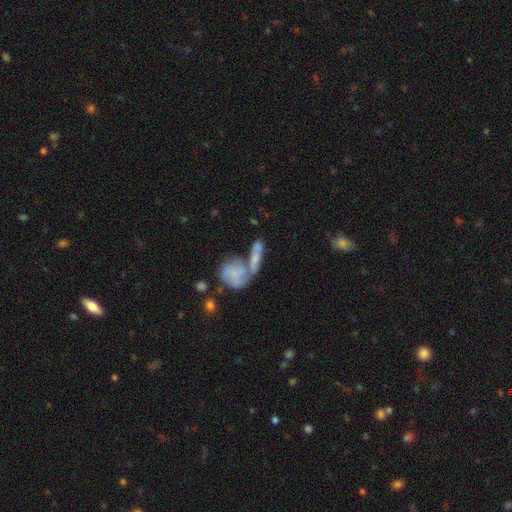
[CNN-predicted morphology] Smooth or featured? Predicted: smooth (p=0.56). How rounded? Predicted: in between (p=0.52). Merging? Predicted: merger (p=0.50).